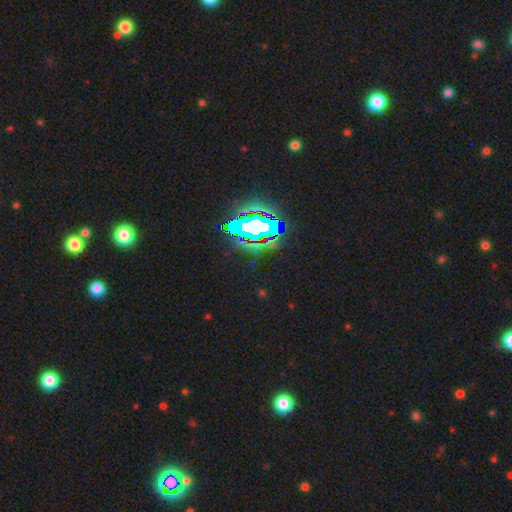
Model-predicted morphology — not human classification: Q: Smooth or featured?
A: star or artifact (80%); runner-up: smooth (11%)